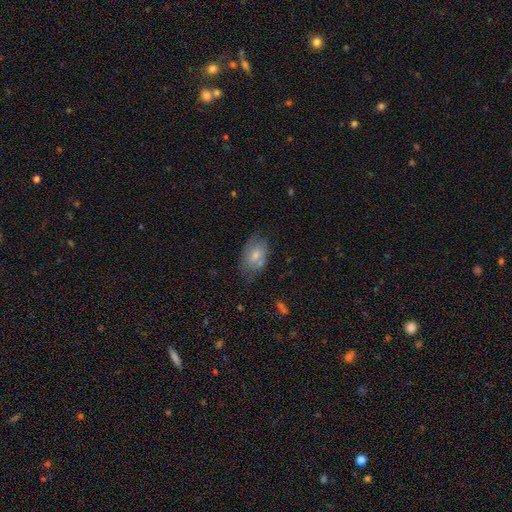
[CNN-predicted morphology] This is likely a smooth galaxy (67%). How rounded: clearly in between (87%). Merging: possibly none (60%).